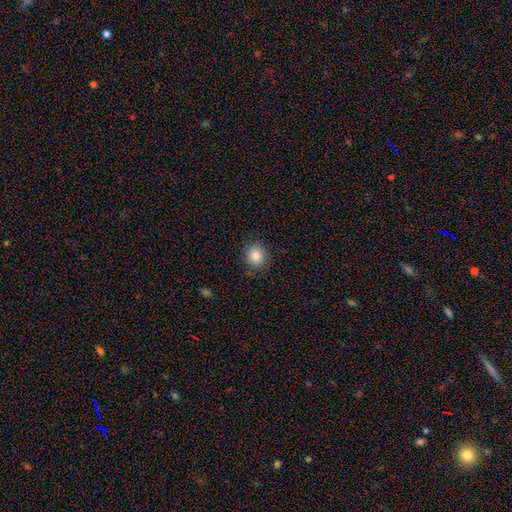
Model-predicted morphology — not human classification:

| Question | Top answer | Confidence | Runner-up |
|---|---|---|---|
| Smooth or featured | smooth | 84% | star or artifact (10%) |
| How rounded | round | 83% | in between (16%) |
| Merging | none | 87% | minor disturbance (9%) |